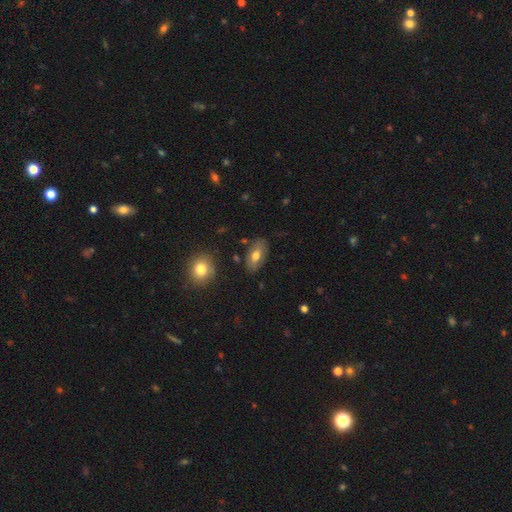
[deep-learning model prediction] The model was most divided on "smooth or featured": smooth: 67%, featured or disk: 26%, star or artifact: 7%. More confident: how rounded — in between (91%); merging — none (81%).